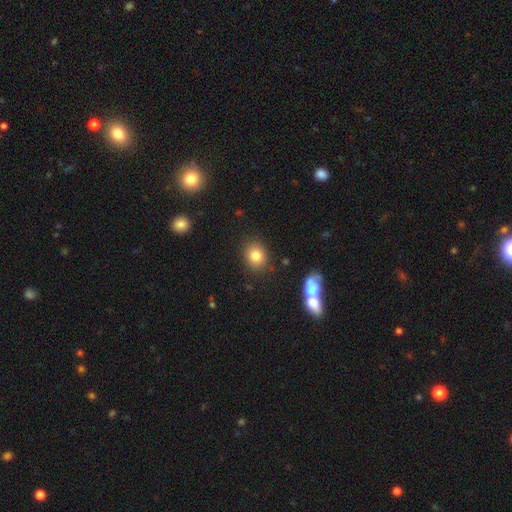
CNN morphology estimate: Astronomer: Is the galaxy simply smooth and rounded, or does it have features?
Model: smooth — 81%.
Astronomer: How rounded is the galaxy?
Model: round — 68%.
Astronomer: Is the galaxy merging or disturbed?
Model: none — 85%.